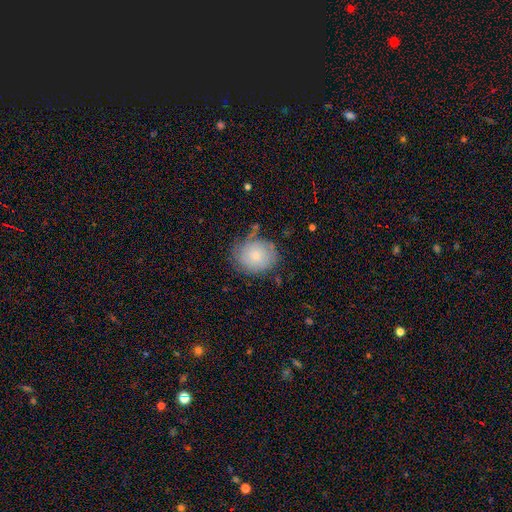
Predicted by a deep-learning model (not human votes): A smooth galaxy with no disk features (70%) that is round (69%).

Vote fractions:
- Smooth or featured? smooth: 70% / featured or disk: 22% / star or artifact: 8%
- How rounded? round: 69% / in between: 30% / cigar-shaped: 1%
- Merging? none: 64% / minor disturbance: 25% / major disturbance: 8% / merger: 4%